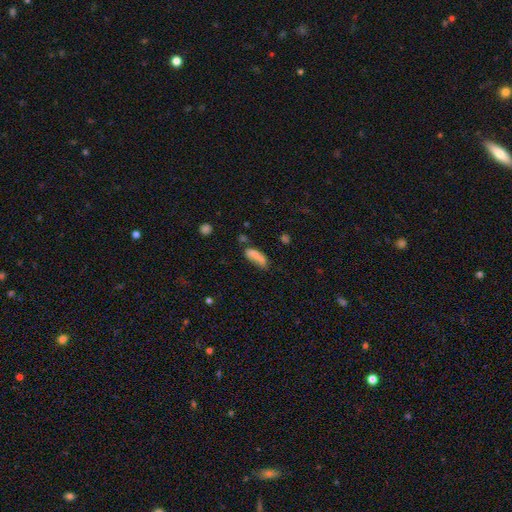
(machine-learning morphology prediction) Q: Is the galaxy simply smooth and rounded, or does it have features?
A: smooth — 75%.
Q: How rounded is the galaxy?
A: in between — 62%.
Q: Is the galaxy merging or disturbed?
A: none — 42%.